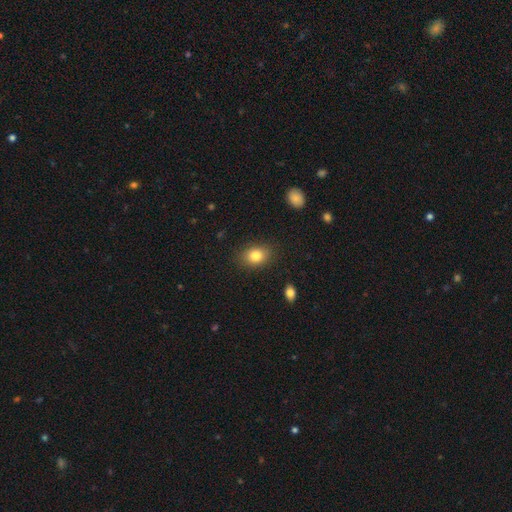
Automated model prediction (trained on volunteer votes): Smooth or featured? Predicted: smooth (p=0.83). How rounded? Predicted: in between (p=0.70). Merging? Predicted: none (p=0.85).